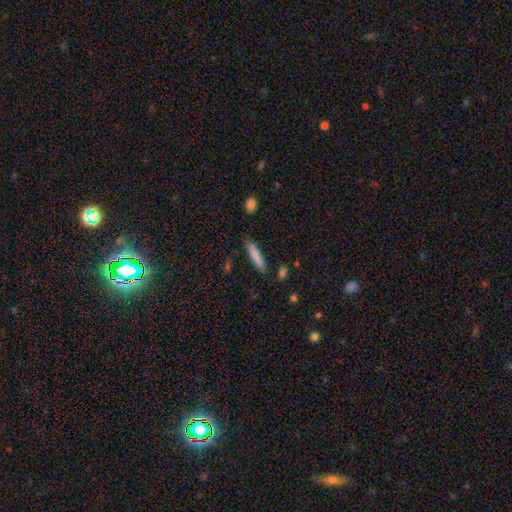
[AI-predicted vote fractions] Smooth or featured? smooth (81%)
How rounded? cigar-shaped (89%)
Merging? none (86%)